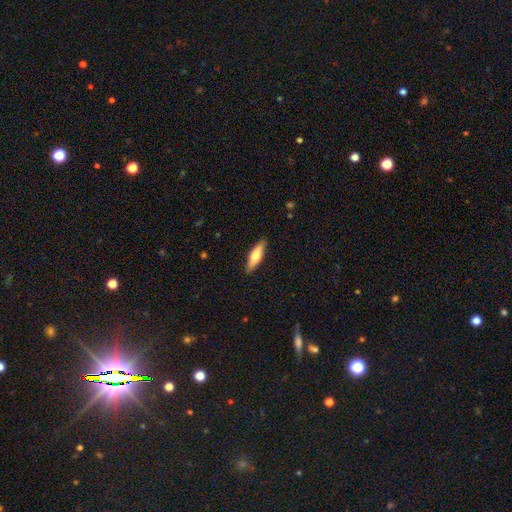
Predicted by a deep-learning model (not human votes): Q: Smooth or featured?
A: smooth (61%); runner-up: featured or disk (33%)
Q: How rounded?
A: cigar-shaped (58%); runner-up: in between (40%)
Q: Merging?
A: none (88%); runner-up: minor disturbance (9%)